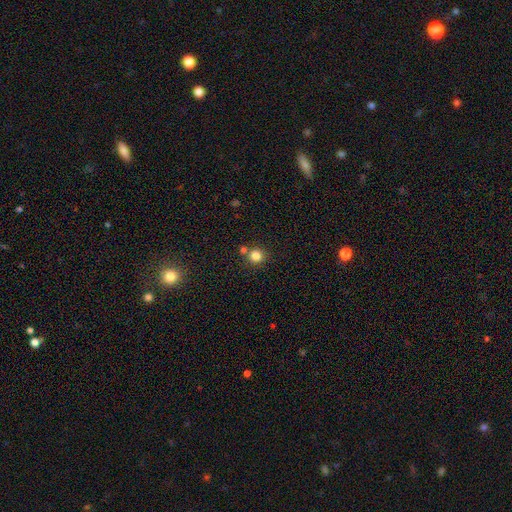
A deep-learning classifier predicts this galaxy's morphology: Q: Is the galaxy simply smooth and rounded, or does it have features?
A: smooth — 81%.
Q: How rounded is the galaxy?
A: round — 92%.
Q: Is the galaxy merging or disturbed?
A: none — 77%.